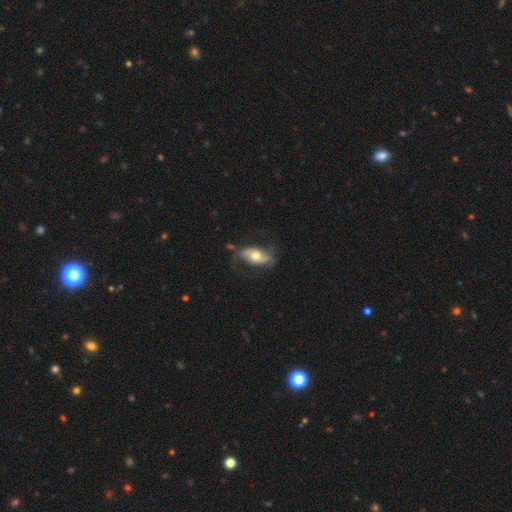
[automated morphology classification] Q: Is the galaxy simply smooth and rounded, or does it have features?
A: featured or disk — 60%.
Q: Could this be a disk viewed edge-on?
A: no — 85%.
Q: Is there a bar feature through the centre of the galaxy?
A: no — 53%.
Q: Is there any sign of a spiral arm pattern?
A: yes — 76%.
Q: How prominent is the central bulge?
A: moderate — 69%.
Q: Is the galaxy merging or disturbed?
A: none — 60%.